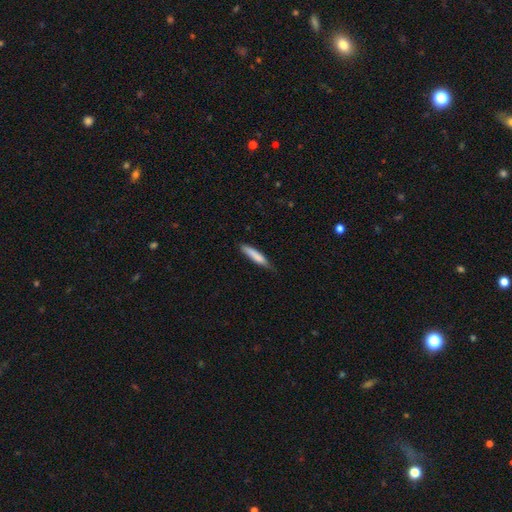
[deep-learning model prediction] Smooth or featured? Predicted: smooth (p=0.80). How rounded? Predicted: cigar-shaped (p=0.88). Merging? Predicted: none (p=0.68).